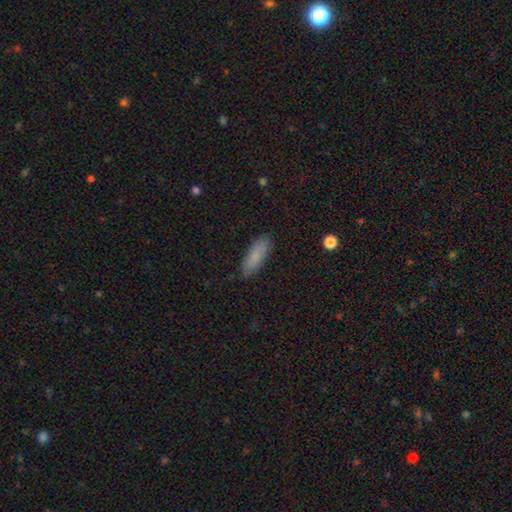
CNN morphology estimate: Smooth or featured? Predicted: smooth (p=0.84). How rounded? Predicted: in between (p=0.60). Merging? Predicted: none (p=0.85).